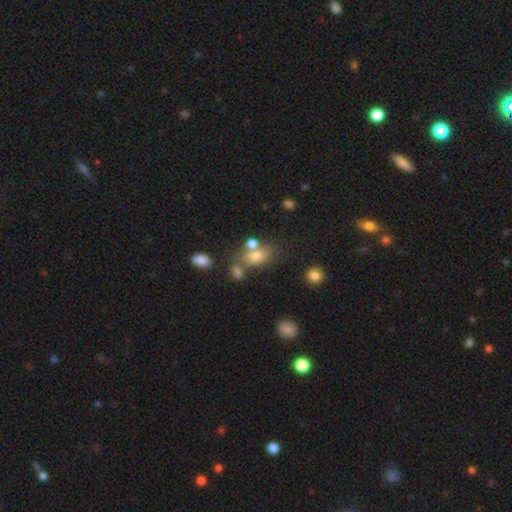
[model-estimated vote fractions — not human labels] A smooth galaxy with no disk features (72%) that is in between round and cigar-shaped (75%).

Vote fractions:
- Smooth or featured? smooth: 72% / featured or disk: 15% / star or artifact: 14%
- How rounded? in between: 75% / round: 22% / cigar-shaped: 2%
- Merging? none: 50% / merger: 28% / minor disturbance: 15% / major disturbance: 7%